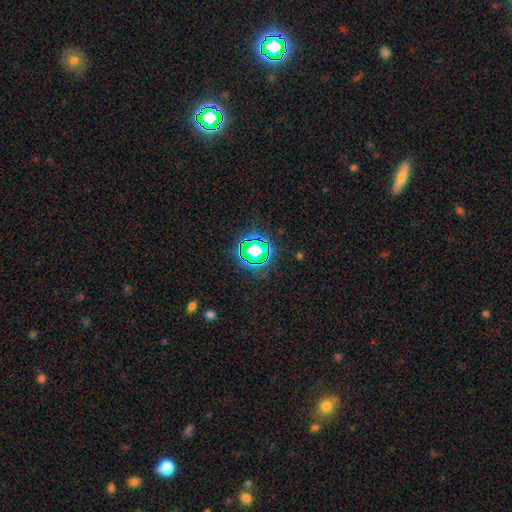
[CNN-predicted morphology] smooth-or-featured: star or artifact: 74% | smooth: 18% | featured or disk: 8%